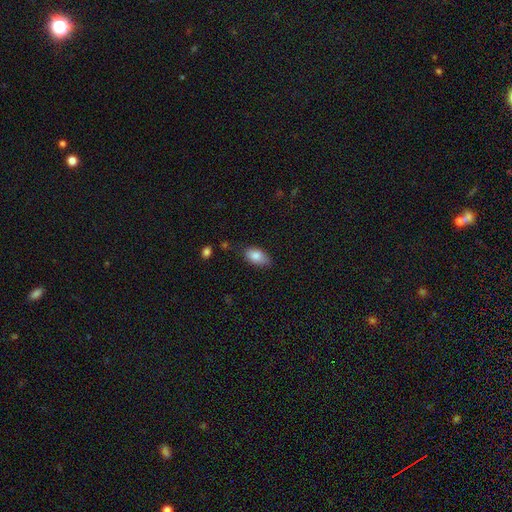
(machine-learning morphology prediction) type=smooth (84%); roundness=in between (92%); merging=none (71%).